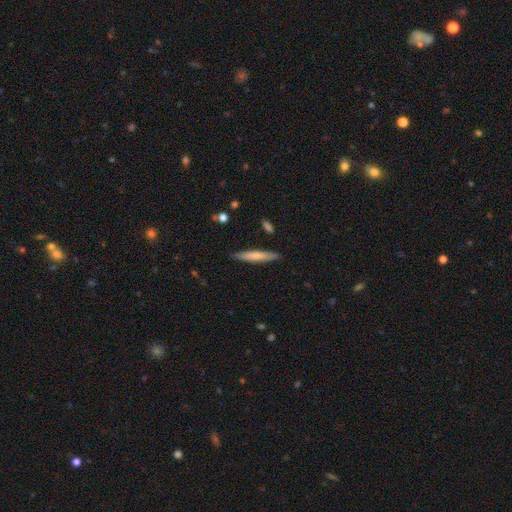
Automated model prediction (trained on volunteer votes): Smooth or featured? Predicted: smooth (p=0.66). How rounded? Predicted: cigar-shaped (p=0.93). Merging? Predicted: none (p=0.88).